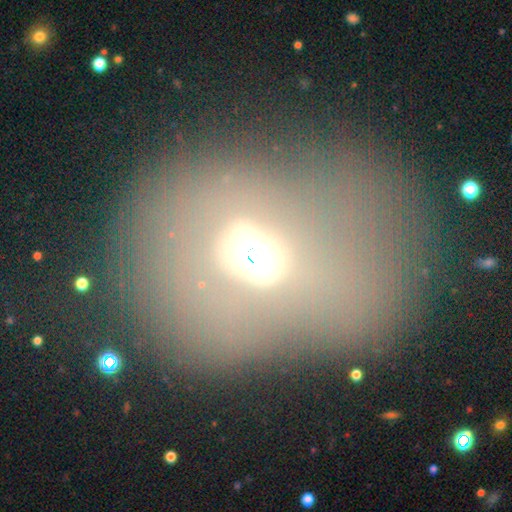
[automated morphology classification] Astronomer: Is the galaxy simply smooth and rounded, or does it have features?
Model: smooth — 50% (runner-up: featured or disk, 29%).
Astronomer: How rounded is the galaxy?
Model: in between — 60% (runner-up: round, 36%).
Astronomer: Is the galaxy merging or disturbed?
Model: none — 48%.